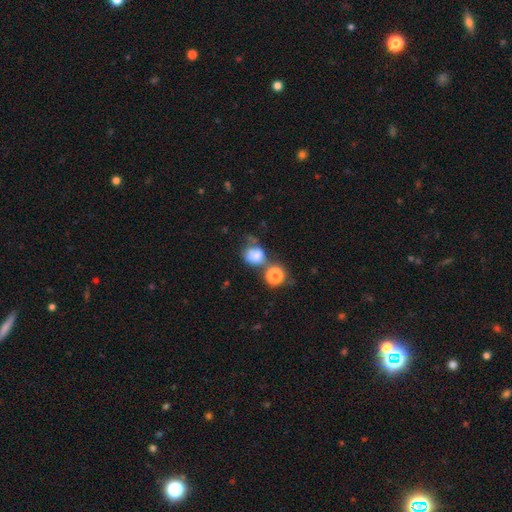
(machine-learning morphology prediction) A smooth galaxy with no disk features (69%) that is round (54%).

Vote fractions:
- Smooth or featured? smooth: 69% / featured or disk: 18% / star or artifact: 14%
- How rounded? round: 54% / in between: 45% / cigar-shaped: 1%
- Merging? merger: 42% / none: 27% / major disturbance: 16% / minor disturbance: 16%